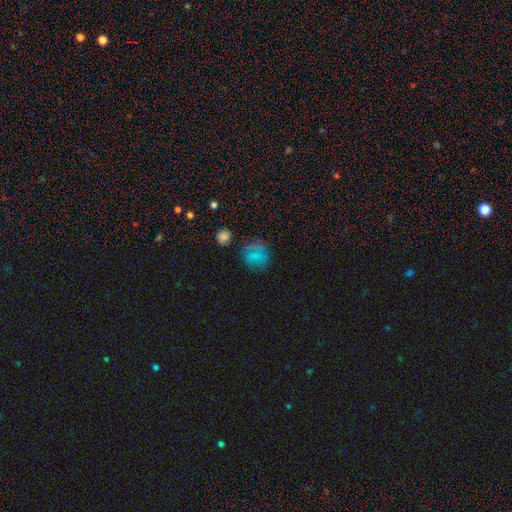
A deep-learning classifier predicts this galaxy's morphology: A smooth galaxy with no disk features (59%) that is round (81%). Merging: none (73%).